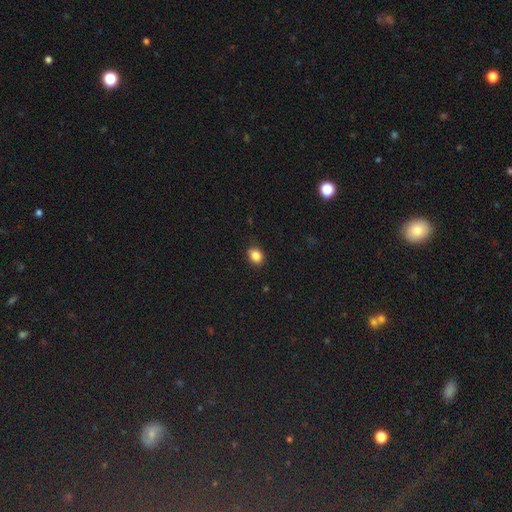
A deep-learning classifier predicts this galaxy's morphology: Smooth or featured? smooth (85%)
How rounded? in between (58%)
Merging? none (85%)